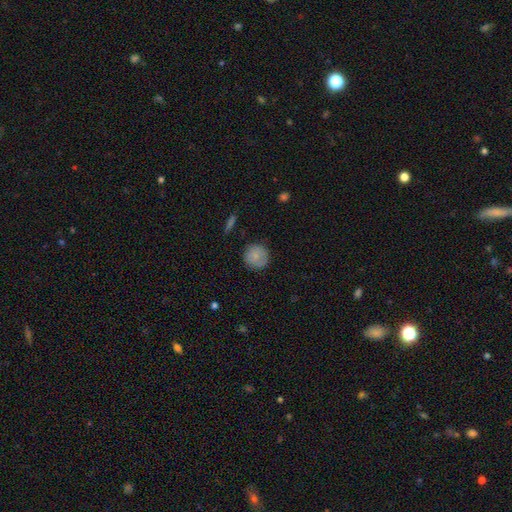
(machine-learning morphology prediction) Smooth or featured?
  - smooth: 81% *
  - featured or disk: 12%
  - star or artifact: 8%
How rounded?
  - round: 93% *
  - in between: 6%
  - cigar-shaped: 1%
Merging?
  - none: 83% *
  - minor disturbance: 13%
  - major disturbance: 3%
  - merger: 1%